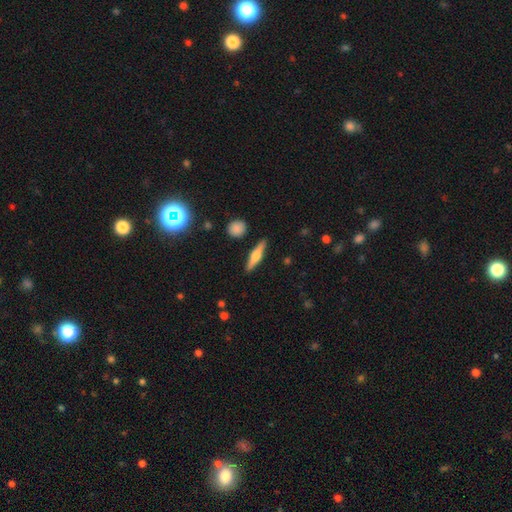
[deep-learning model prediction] A featured or disk galaxy (56%) viewed edge-on (96%) with a rounded central bulge (88%). Merging: none (89%).